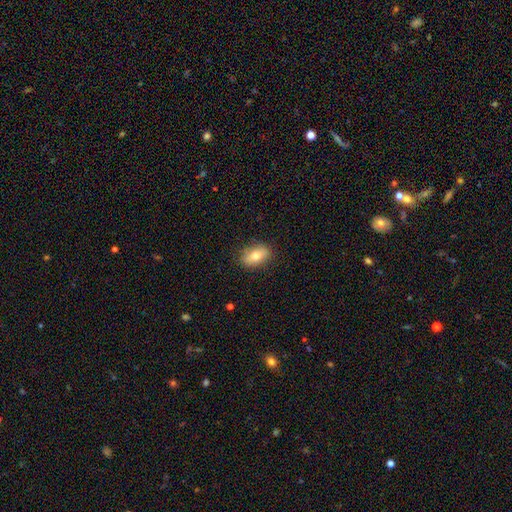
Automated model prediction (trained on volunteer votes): Q: Smooth or featured?
A: smooth (75%); runner-up: featured or disk (17%)
Q: How rounded?
A: in between (86%); runner-up: round (11%)
Q: Merging?
A: none (85%); runner-up: minor disturbance (11%)